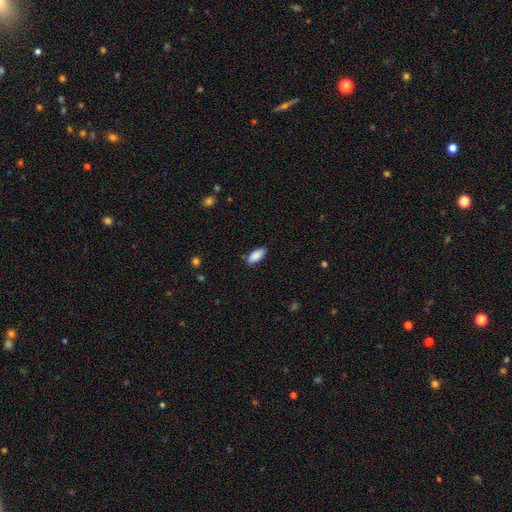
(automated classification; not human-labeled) smooth_or_featured: smooth (p=0.89) [alt: star or artifact p=0.07]
how_rounded: in between (p=0.89) [alt: cigar-shaped p=0.09]
merging: none (p=0.82) [alt: minor disturbance p=0.14]